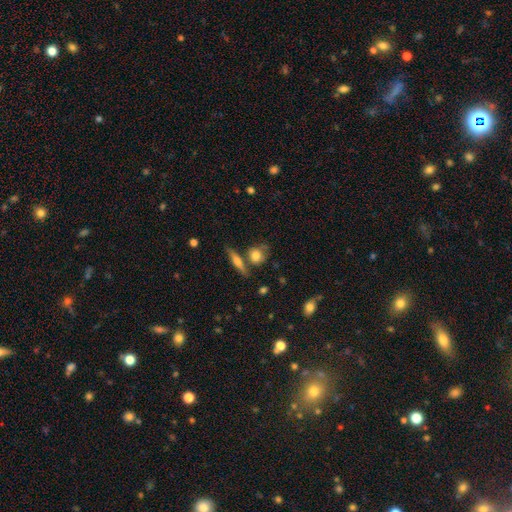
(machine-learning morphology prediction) Q: Smooth or featured?
A: smooth (71%); runner-up: featured or disk (21%)
Q: How rounded?
A: round (64%); runner-up: in between (27%)
Q: Merging?
A: none (60%); runner-up: merger (18%)